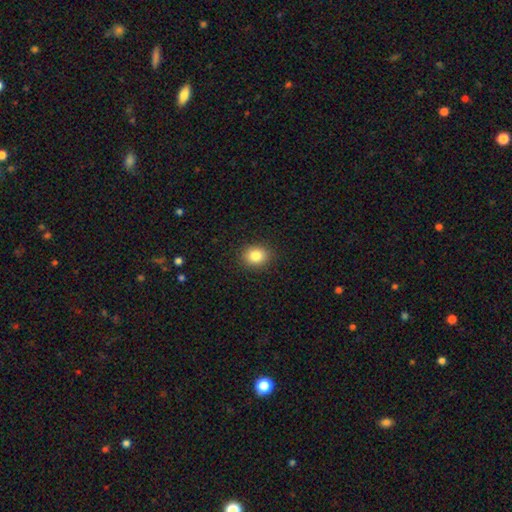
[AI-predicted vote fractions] Smooth or featured: smooth — 83% (star or artifact — 10%)
How rounded: round — 61% (in between — 38%)
Merging: none — 90% (minor disturbance — 7%)